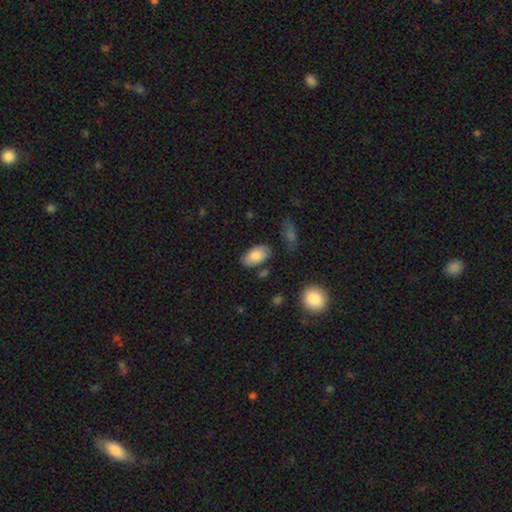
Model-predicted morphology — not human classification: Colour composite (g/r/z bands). It shows a smooth galaxy with no disk features (83%) that is in between round and cigar-shaped (94%). Merging: none (78%).